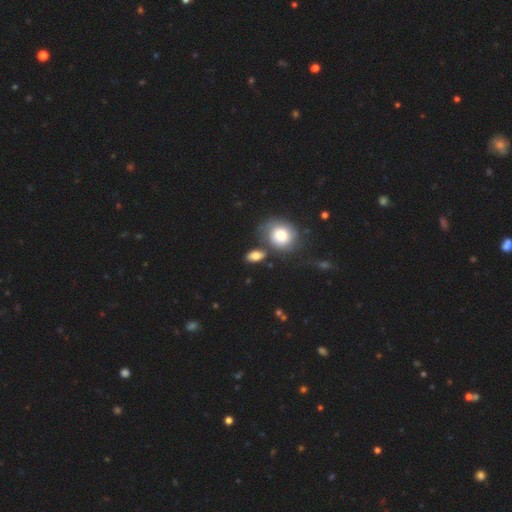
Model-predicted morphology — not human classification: smooth-or-featured: smooth: 76% | featured or disk: 15% | star or artifact: 9%
  how-rounded: in between: 73% | round: 23% | cigar-shaped: 3%
  merging: none: 60% | minor disturbance: 17% | merger: 16% | major disturbance: 7%